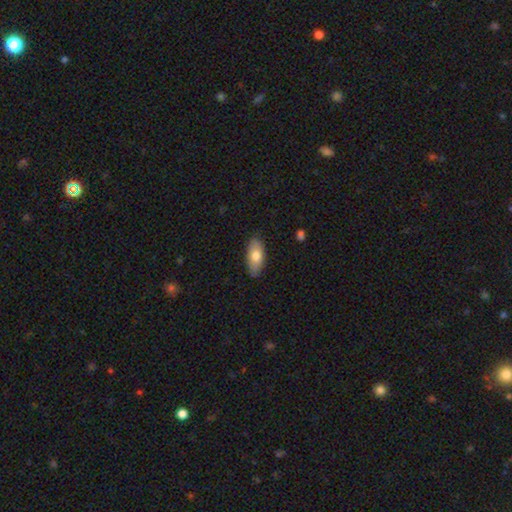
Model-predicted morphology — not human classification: This appears to be a smooth galaxy with no disk features (75%) that is in between round and cigar-shaped (87%). Merging: none (85%).